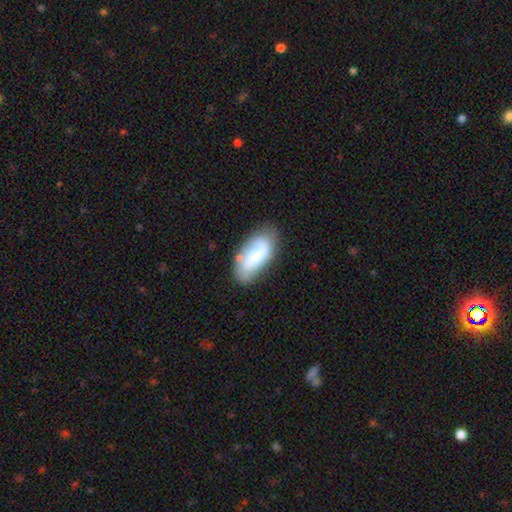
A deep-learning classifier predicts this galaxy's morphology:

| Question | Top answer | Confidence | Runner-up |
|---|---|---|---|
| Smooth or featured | smooth | 48% | featured or disk (45%) |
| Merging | none | 65% | minor disturbance (23%) |